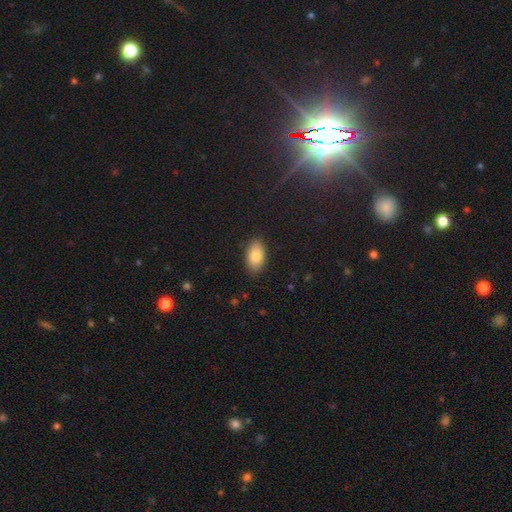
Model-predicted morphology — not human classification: A smooth galaxy with no disk features (84%) that is in between round and cigar-shaped (93%). Merging: none (87%).